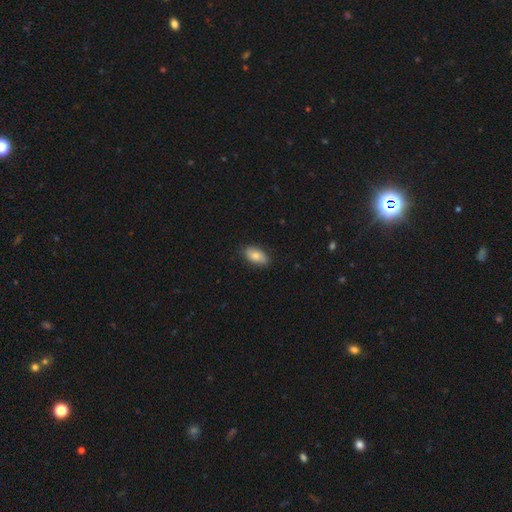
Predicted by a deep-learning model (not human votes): The model was most divided on "smooth or featured": smooth: 80%, featured or disk: 14%, star or artifact: 7%. More confident: how rounded — in between (93%); merging — none (84%).